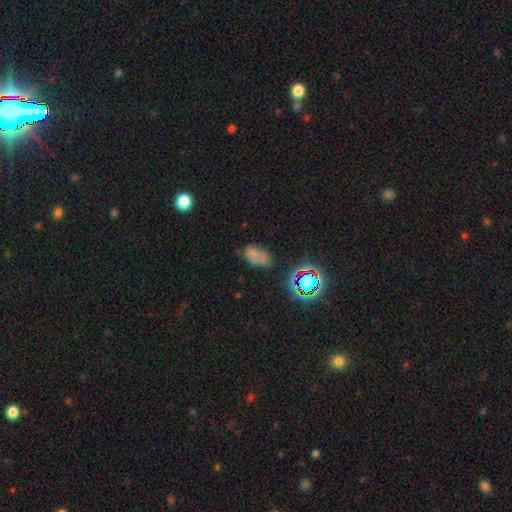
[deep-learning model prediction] The model was most divided on "merging": none: 54%, minor disturbance: 25%, major disturbance: 12%, merger: 8%. More confident: how rounded — in between (88%); smooth or featured — smooth (61%).